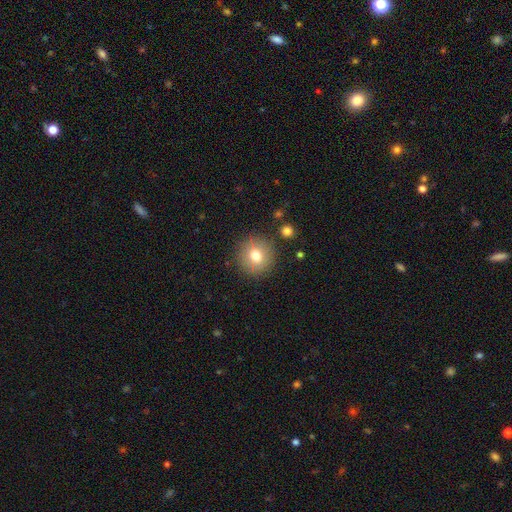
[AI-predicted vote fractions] This appears to be a smooth galaxy with no disk features (73%) that is round (92%). Merging: none (87%).